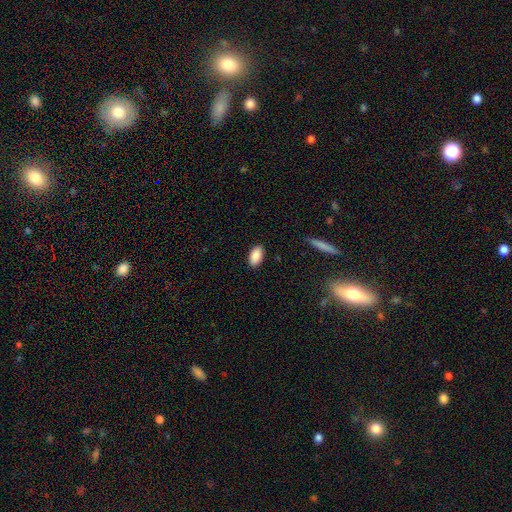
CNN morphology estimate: Smooth or featured? Predicted: smooth (p=0.89). How rounded? Predicted: in between (p=0.94). Merging? Predicted: none (p=0.88).